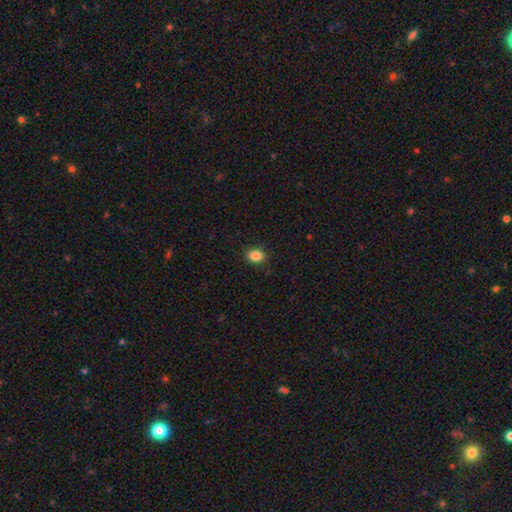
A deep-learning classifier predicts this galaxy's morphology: smooth-or-featured: smooth: 86% | star or artifact: 10% | featured or disk: 4%
  how-rounded: in between: 52% | round: 47% | cigar-shaped: 1%
  merging: none: 89% | minor disturbance: 8% | major disturbance: 2% | merger: 1%